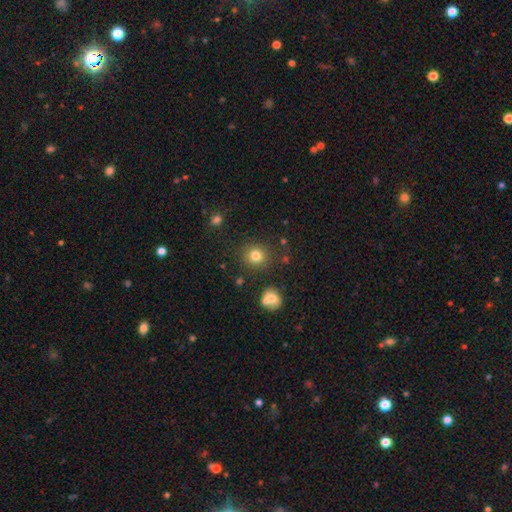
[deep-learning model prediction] Smooth or featured? Predicted: smooth (p=0.80). How rounded? Predicted: round (p=0.88). Merging? Predicted: none (p=0.85).